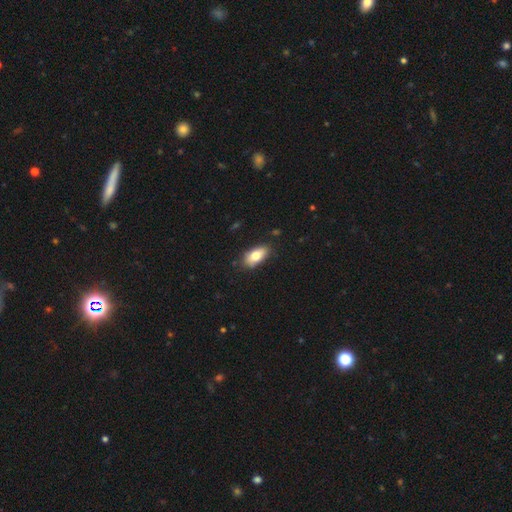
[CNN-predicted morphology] smooth_or_featured: smooth (p=0.78) [alt: featured or disk p=0.15]
how_rounded: in between (p=0.89) [alt: cigar-shaped p=0.07]
merging: none (p=0.81) [alt: minor disturbance p=0.15]